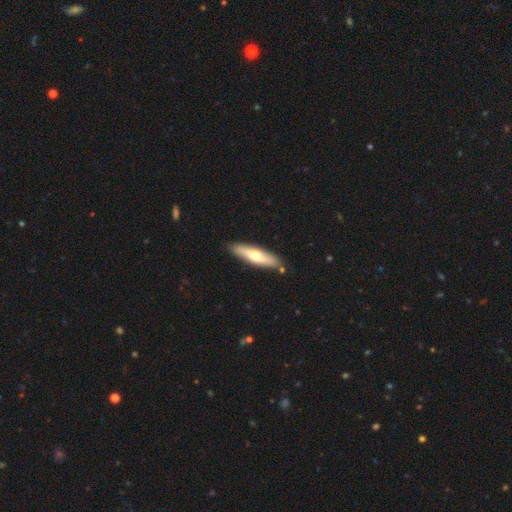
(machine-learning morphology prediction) Overall: smooth (53%; featured or disk 42%). How rounded: cigar-shaped (73%). Merging: none (84%).